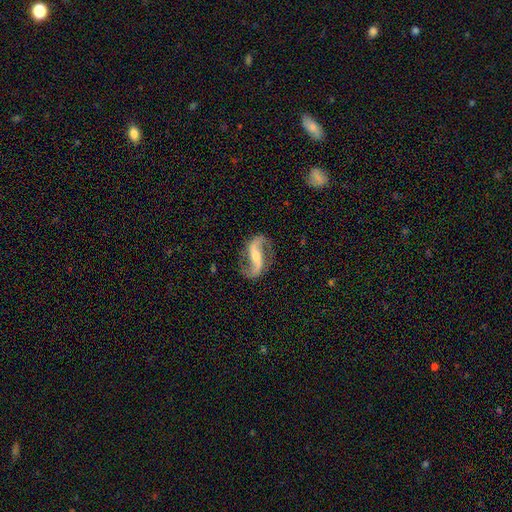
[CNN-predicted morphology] type=featured or disk (90%); edge-on=no (96%); bar=strong (44%); spiral arms=yes (97%); winding=loose (69%); arm count=2 (94%); bulge=small (50%); merging=none (82%).